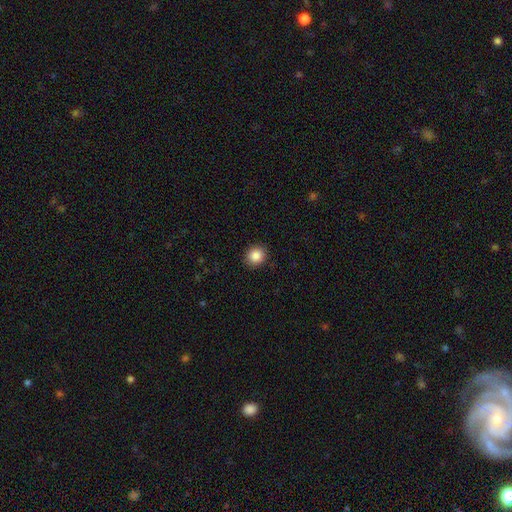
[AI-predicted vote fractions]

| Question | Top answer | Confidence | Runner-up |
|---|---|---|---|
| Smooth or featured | smooth | 87% | star or artifact (9%) |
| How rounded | round | 83% | in between (16%) |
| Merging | none | 91% | minor disturbance (6%) |